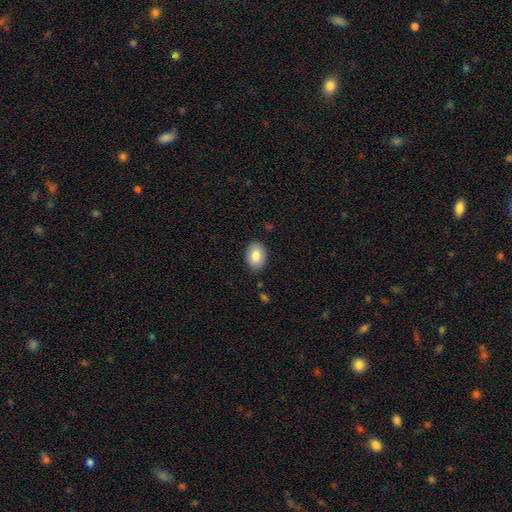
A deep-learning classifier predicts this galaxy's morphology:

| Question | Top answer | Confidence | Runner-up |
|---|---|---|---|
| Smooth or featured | smooth | 83% | featured or disk (10%) |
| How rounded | in between | 77% | round (22%) |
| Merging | none | 87% | minor disturbance (10%) |